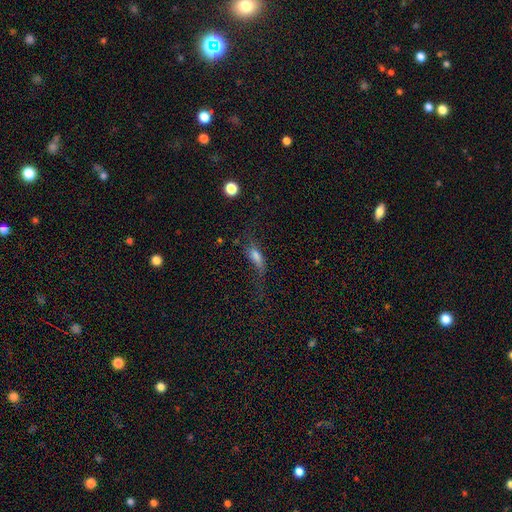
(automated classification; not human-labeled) smooth_or_featured: smooth (p=0.57) [alt: featured or disk p=0.30]
how_rounded: in between (p=0.59) [alt: cigar-shaped p=0.35]
merging: major disturbance (p=0.37) [alt: none p=0.36]